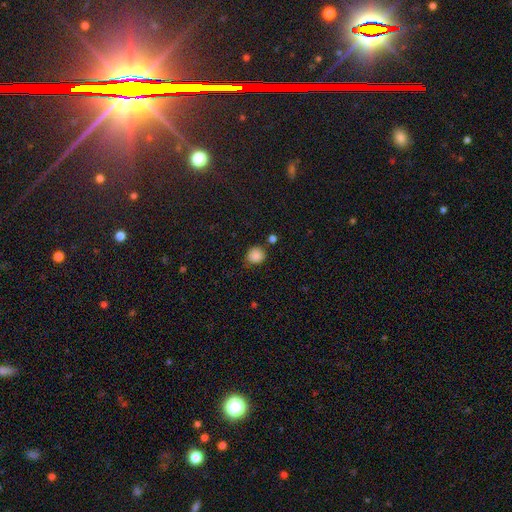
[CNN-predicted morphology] A smooth galaxy with no disk features (86%) that is round (85%). Merging: none (73%).